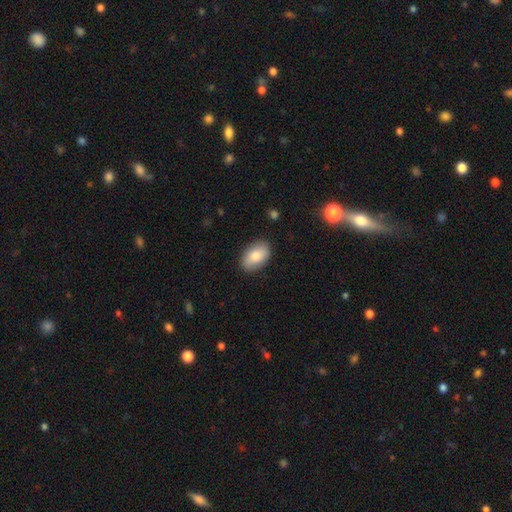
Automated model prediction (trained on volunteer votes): A smooth galaxy with no disk features (78%) that is in between round and cigar-shaped (91%).

Vote fractions:
- Smooth or featured? smooth: 78% / featured or disk: 15% / star or artifact: 6%
- How rounded? in between: 91% / round: 8% / cigar-shaped: 1%
- Merging? none: 85% / minor disturbance: 11% / major disturbance: 2% / merger: 1%